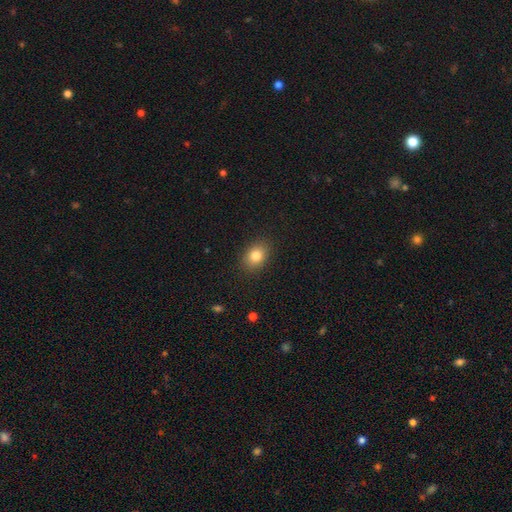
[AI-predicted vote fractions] smooth 82%, star or artifact 10%, featured or disk 8%. Down the decision tree: how rounded — in between (71%); merging — none (88%).